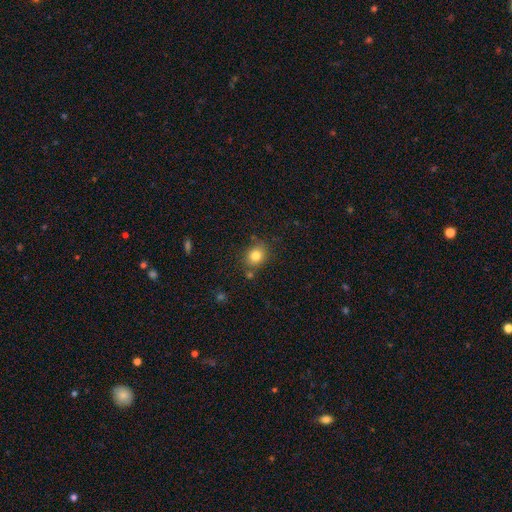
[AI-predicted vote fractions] Smooth or featured: smooth — 81% (star or artifact — 11%)
How rounded: round — 63% (in between — 36%)
Merging: none — 77% (minor disturbance — 13%)